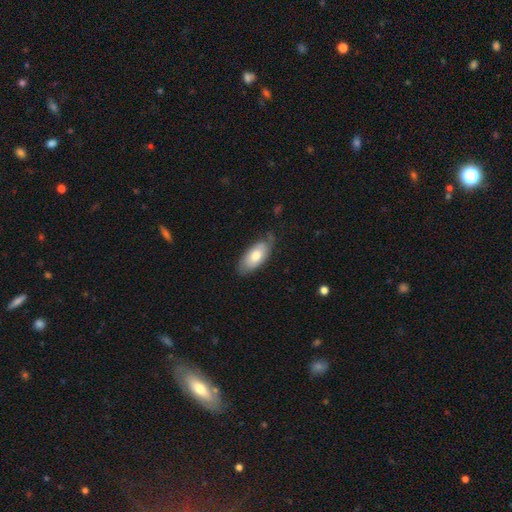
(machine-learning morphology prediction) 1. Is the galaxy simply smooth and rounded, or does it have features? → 67% smooth, 28% featured or disk, 6% star or artifact.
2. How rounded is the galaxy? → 90% in between, 7% cigar-shaped, 2% round.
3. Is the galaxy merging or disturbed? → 66% none, 26% minor disturbance, 6% major disturbance, 2% merger.